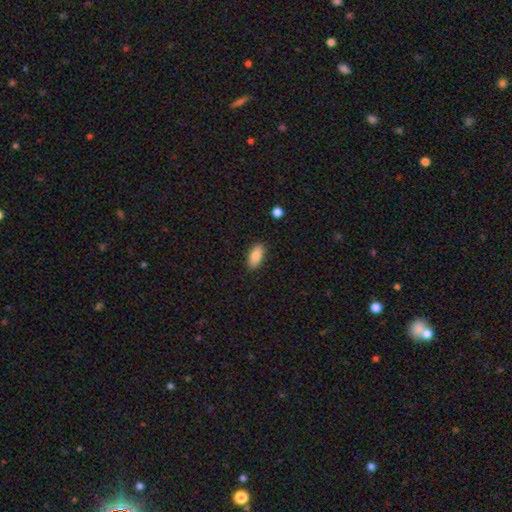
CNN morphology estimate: A smooth galaxy with no disk features (85%) that is in between round and cigar-shaped (92%). Merging: none (88%).